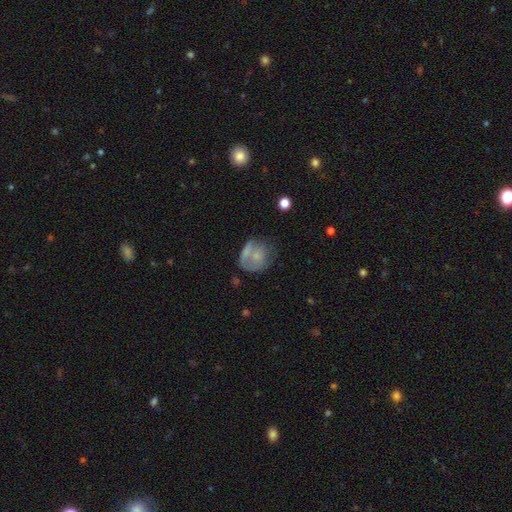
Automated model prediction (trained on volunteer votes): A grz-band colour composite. It shows a smooth galaxy with no disk features (61%) that is round (64%). Merging: none (36%).